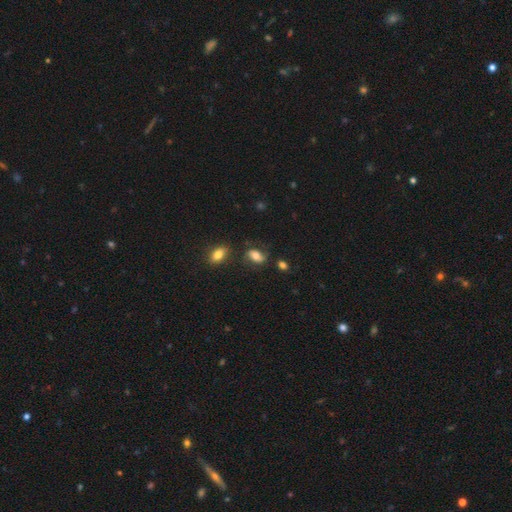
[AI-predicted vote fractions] smooth-or-featured: smooth: 63% | featured or disk: 28% | star or artifact: 9%
  how-rounded: in between: 86% | round: 10% | cigar-shaped: 4%
  merging: none: 66% | minor disturbance: 21% | major disturbance: 8% | merger: 5%